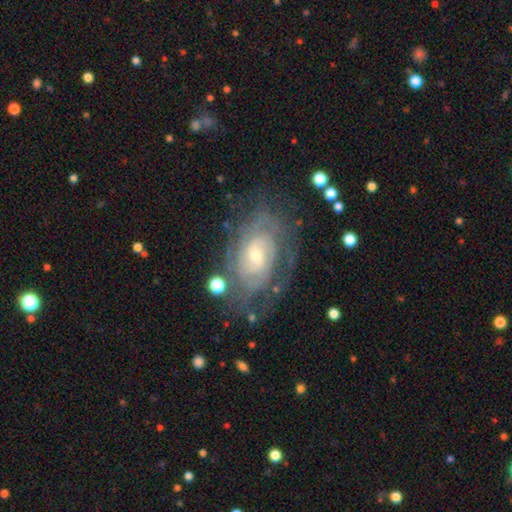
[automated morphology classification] type=featured or disk (85%); edge-on=no (96%); bar=no (52%); spiral arms=yes (94%); winding=tight (70%); arm count=can't tell (35%); bulge=small (61%); merging=none (71%).